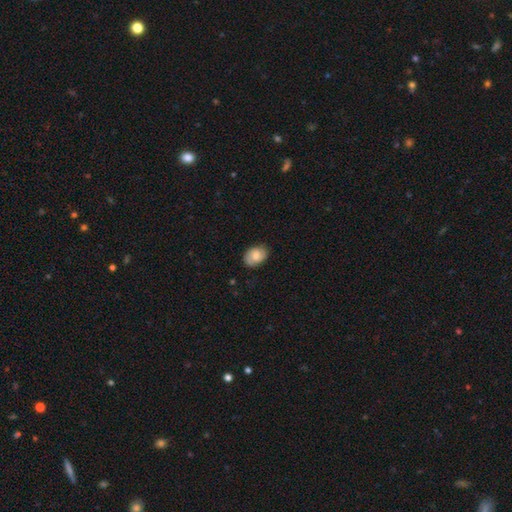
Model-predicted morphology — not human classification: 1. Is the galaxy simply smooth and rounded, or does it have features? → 58% smooth, 34% featured or disk, 8% star or artifact.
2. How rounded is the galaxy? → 72% in between, 26% round, 1% cigar-shaped.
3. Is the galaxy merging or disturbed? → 81% none, 15% minor disturbance, 3% major disturbance, 1% merger.